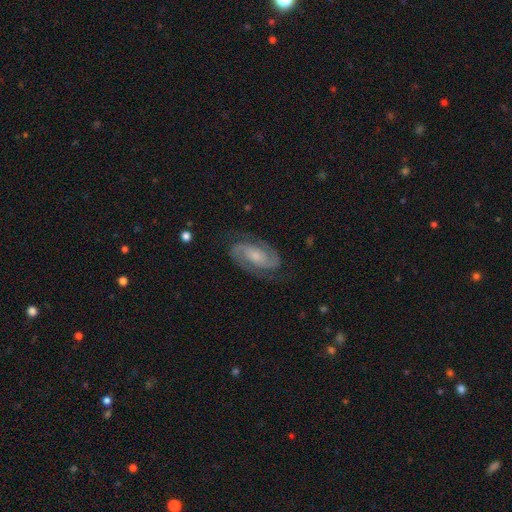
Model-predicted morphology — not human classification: A featured or disk galaxy (89%) with no bar (55%), 2 (93%) medium (46%) spiral arms (98%) and a small central bulge (56%).

Vote fractions:
- Smooth or featured? featured or disk: 89% / smooth: 6% / star or artifact: 5%
- Edge-on disk? no: 97% / yes: 3%
- Bar? no: 55% / weak: 32% / strong: 13%
- Spiral arms? yes: 98% / no: 2%
- Spiral winding? medium: 46% / tight: 44% / loose: 10%
- Spiral arm count? 2: 93% / can't tell: 3% / 3: 2% / 1: 1% / 4: 1% / more than 4: 1%
- Bulge size? small: 56% / moderate: 32% / none: 7% / large: 3% / dominant: 1%
- Merging? none: 82% / minor disturbance: 13% / major disturbance: 5% / merger: 1%